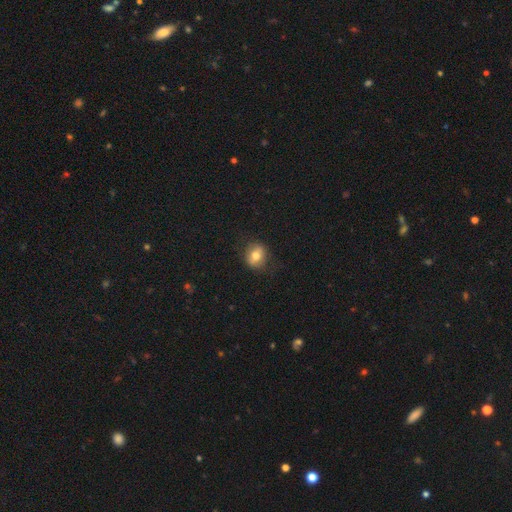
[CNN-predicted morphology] A smooth galaxy with no disk features (70%) that is round (63%). Merging: none (80%).